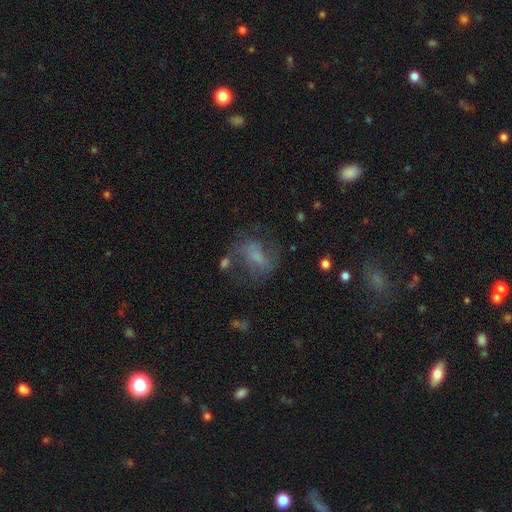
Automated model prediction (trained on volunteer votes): featured or disk 44%, smooth 41%, star or artifact 15%. Down the decision tree: merging — none (50%).